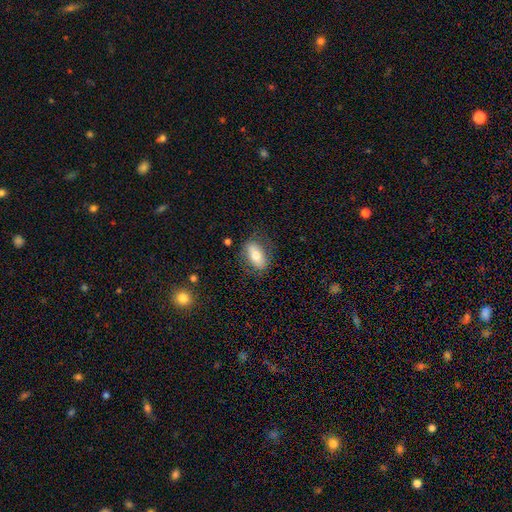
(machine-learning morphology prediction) Q: Smooth or featured?
A: smooth (66%); runner-up: featured or disk (27%)
Q: How rounded?
A: in between (85%); runner-up: cigar-shaped (9%)
Q: Merging?
A: none (76%); runner-up: minor disturbance (16%)